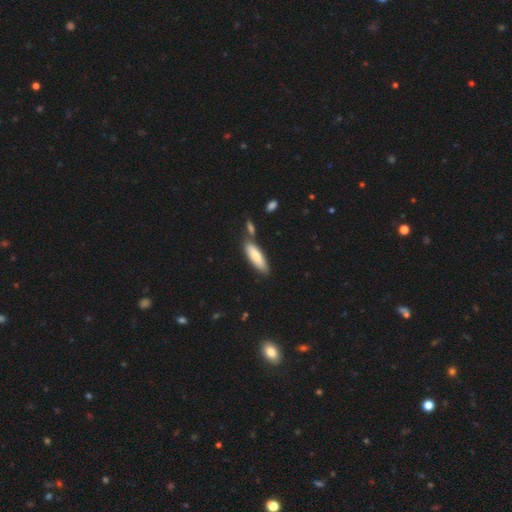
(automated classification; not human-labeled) Smooth or featured: smooth — 78% (featured or disk — 16%)
How rounded: cigar-shaped — 55% (in between — 44%)
Merging: none — 69% (minor disturbance — 15%)